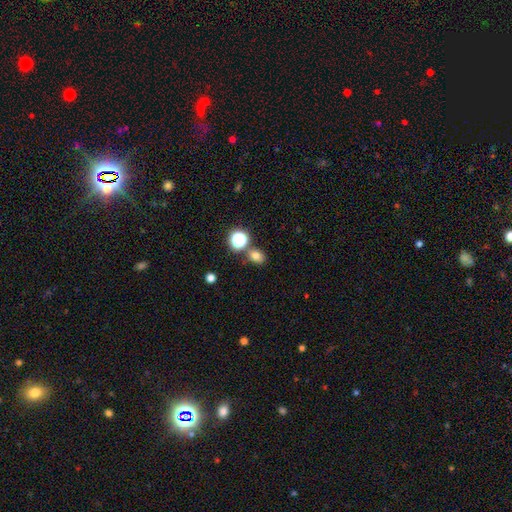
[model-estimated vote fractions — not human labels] The model was most divided on "how rounded": in between: 52%, round: 47%, cigar-shaped: 1%. More confident: merging — none (75%); smooth or featured — smooth (74%).